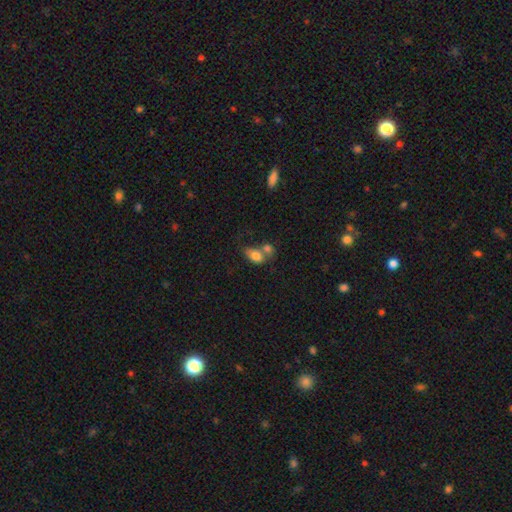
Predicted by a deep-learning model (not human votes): Smooth or featured? Predicted: smooth (p=0.79). How rounded? Predicted: in between (p=0.80). Merging? Predicted: merger (p=0.54).